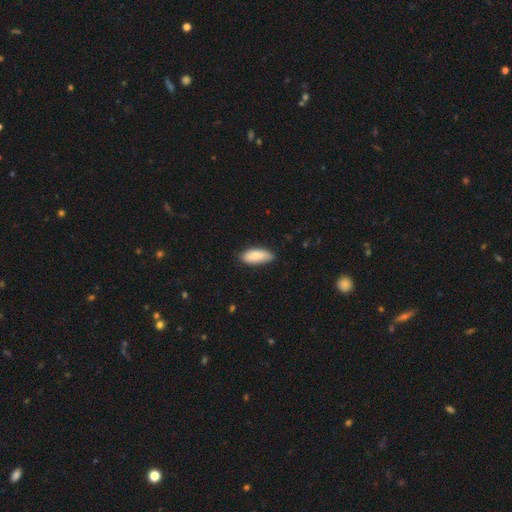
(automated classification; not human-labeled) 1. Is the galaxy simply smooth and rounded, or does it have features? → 85% smooth, 9% featured or disk, 6% star or artifact.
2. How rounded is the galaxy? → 83% in between, 15% cigar-shaped, 2% round.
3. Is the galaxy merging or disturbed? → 81% none, 16% minor disturbance, 2% major disturbance, 1% merger.